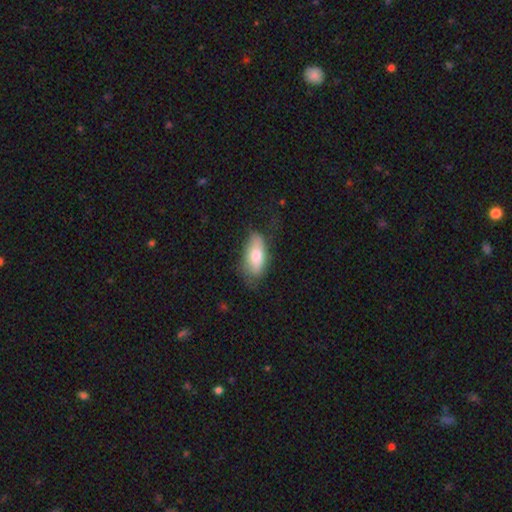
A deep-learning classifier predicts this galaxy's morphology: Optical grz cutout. It shows a smooth galaxy with no disk features (73%) that is in between round and cigar-shaped (86%). Merging: none (63%).